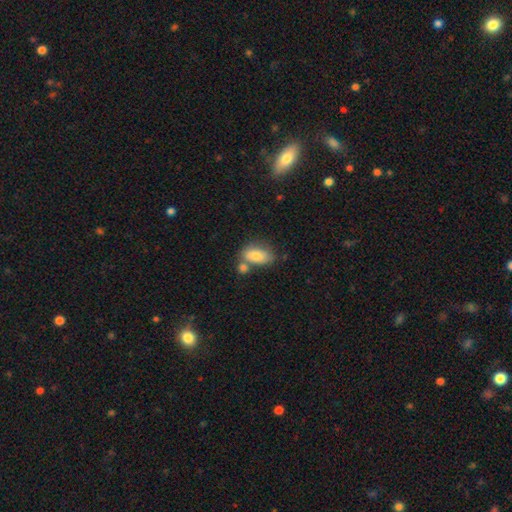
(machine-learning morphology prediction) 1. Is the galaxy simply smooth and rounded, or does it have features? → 81% smooth, 12% featured or disk, 7% star or artifact.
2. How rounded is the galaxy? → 90% in between, 7% round, 3% cigar-shaped.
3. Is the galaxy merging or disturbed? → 49% none, 27% merger, 17% minor disturbance, 6% major disturbance.